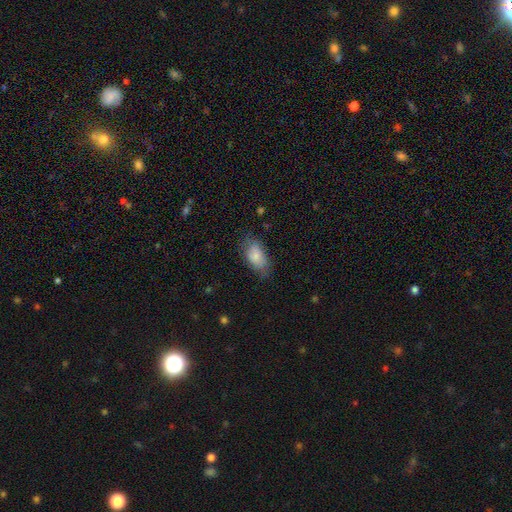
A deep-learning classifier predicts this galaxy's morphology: Smooth or featured? smooth (77%)
How rounded? in between (92%)
Merging? none (64%)